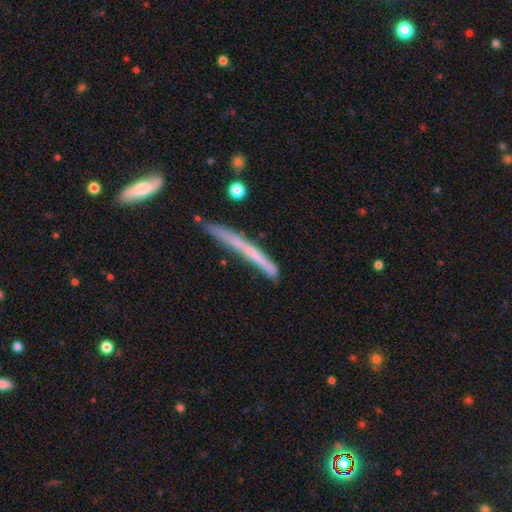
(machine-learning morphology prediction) smooth 50%, featured or disk 43%, star or artifact 7%. Down the decision tree: how rounded — cigar-shaped (96%); merging — none (66%).